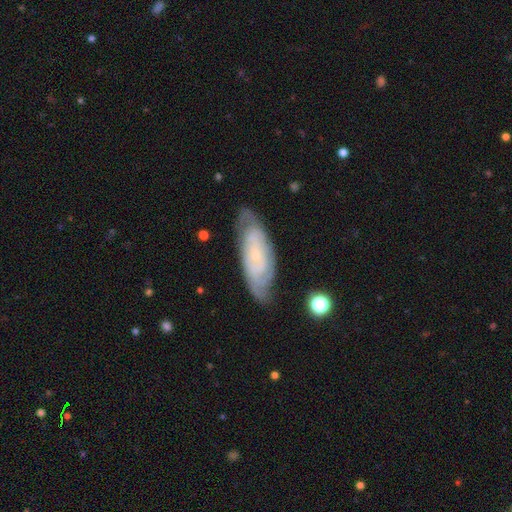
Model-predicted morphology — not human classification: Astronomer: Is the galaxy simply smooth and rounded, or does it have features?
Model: featured or disk — 72%.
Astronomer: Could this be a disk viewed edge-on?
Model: no — 87%.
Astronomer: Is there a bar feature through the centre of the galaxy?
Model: no — 69%.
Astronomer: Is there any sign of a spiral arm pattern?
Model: yes — 90%.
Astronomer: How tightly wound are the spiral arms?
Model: tight — 67%.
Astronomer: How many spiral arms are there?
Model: can't tell — 46% (runner-up: 2, 32%).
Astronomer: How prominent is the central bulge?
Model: small — 79%.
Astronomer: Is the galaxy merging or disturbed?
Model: none — 74%.